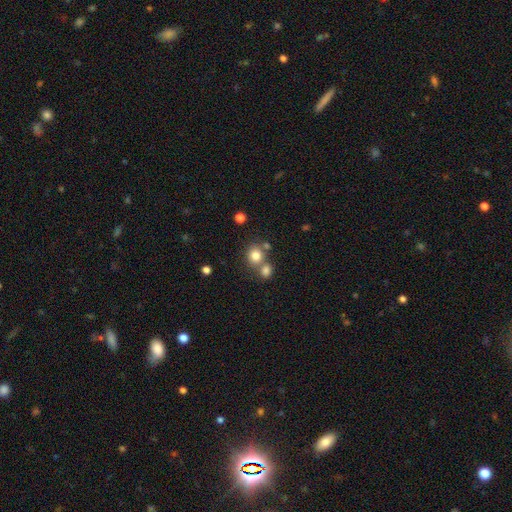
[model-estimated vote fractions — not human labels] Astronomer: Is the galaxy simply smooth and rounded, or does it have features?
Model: smooth — 80%.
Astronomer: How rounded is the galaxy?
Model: round — 81%.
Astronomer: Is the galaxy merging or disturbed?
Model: none — 56% (runner-up: merger, 32%).